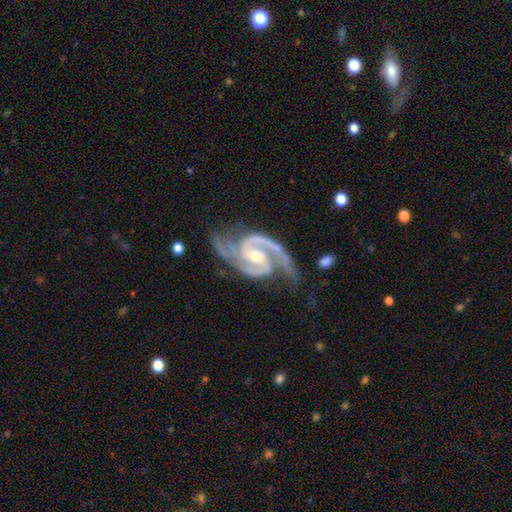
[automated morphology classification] This appears to be a featured or disk galaxy (94%) with a weak bar (40%), 2 (81%) medium (59%) spiral arms (99%) and a moderate central bulge (51%). Merging: none (63%).